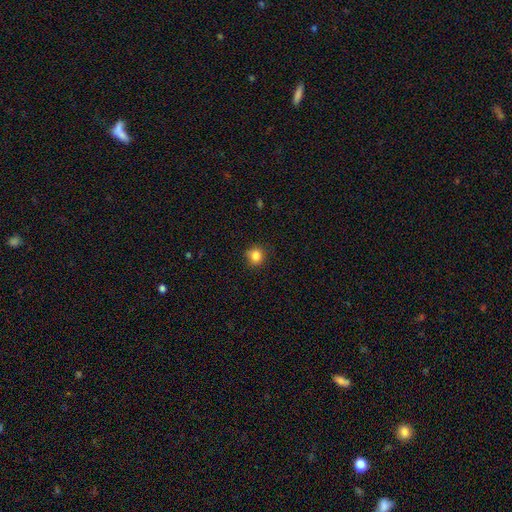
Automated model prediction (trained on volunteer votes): Smooth or featured: smooth — 84% (star or artifact — 11%)
How rounded: round — 86% (in between — 13%)
Merging: none — 84% (minor disturbance — 13%)